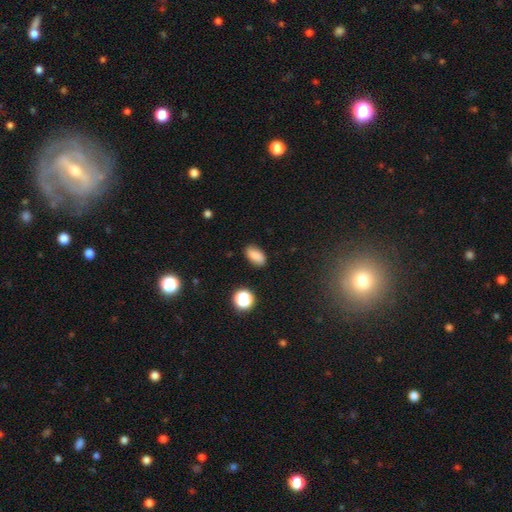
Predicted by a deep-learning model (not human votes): smooth_or_featured: smooth (p=0.84) [alt: star or artifact p=0.10]
how_rounded: in between (p=0.89) [alt: round p=0.06]
merging: none (p=0.85) [alt: minor disturbance p=0.11]